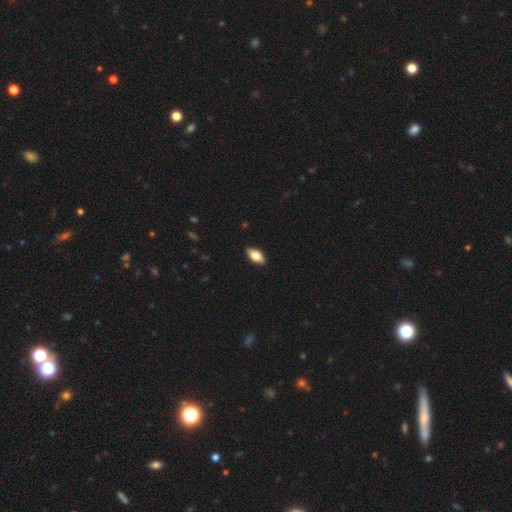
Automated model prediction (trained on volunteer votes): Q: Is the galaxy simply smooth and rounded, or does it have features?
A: smooth — 70%.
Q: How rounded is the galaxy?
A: in between — 89%.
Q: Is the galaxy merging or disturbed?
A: none — 88%.